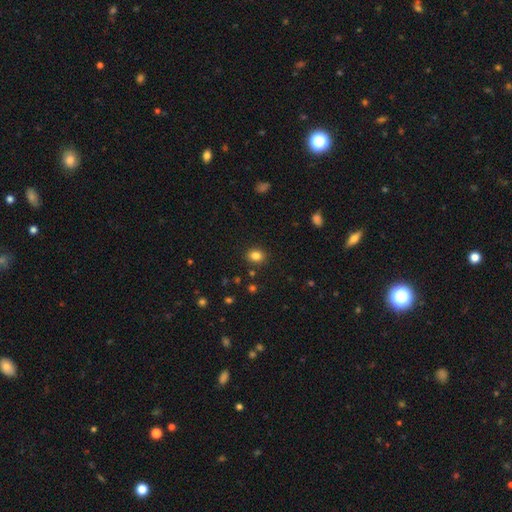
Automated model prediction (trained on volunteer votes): This appears to be a smooth galaxy with no disk features (84%) that is round (62%). Merging: none (88%).